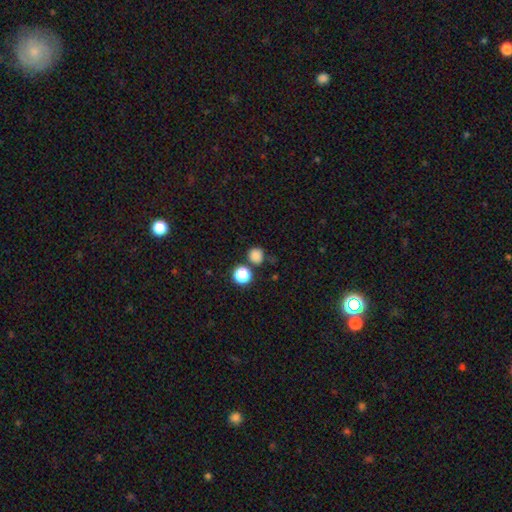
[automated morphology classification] smooth-or-featured: smooth: 81% | star or artifact: 16% | featured or disk: 4%
  how-rounded: round: 89% | in between: 10% | cigar-shaped: 1%
  merging: none: 76% | merger: 11% | minor disturbance: 10% | major disturbance: 3%